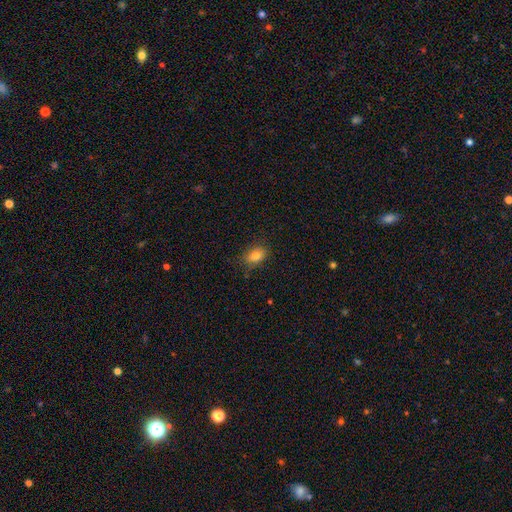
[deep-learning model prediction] Smooth or featured: smooth — 81% (star or artifact — 10%)
How rounded: in between — 80% (round — 18%)
Merging: none — 74% (minor disturbance — 20%)